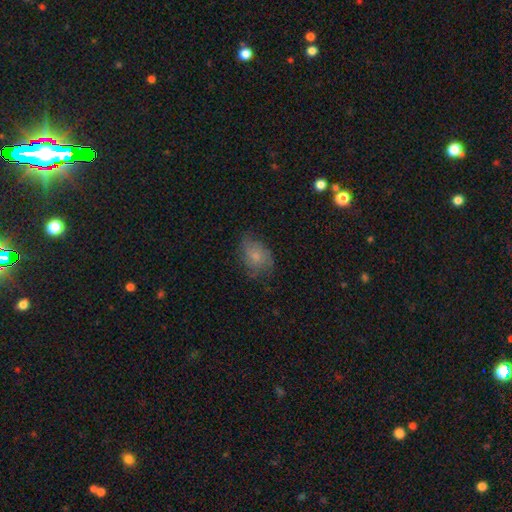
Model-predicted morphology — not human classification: Smooth or featured? Predicted: smooth (p=0.65). How rounded? Predicted: in between (p=0.74). Merging? Predicted: none (p=0.59).